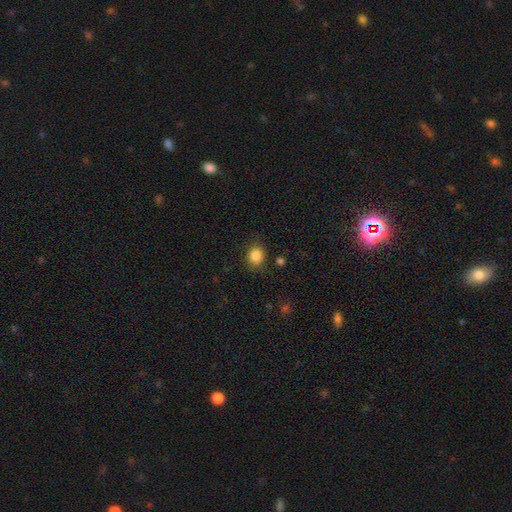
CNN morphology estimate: smooth_or_featured: smooth (p=0.84) [alt: star or artifact p=0.11]
how_rounded: round (p=0.69) [alt: in between p=0.30]
merging: none (p=0.82) [alt: minor disturbance p=0.13]